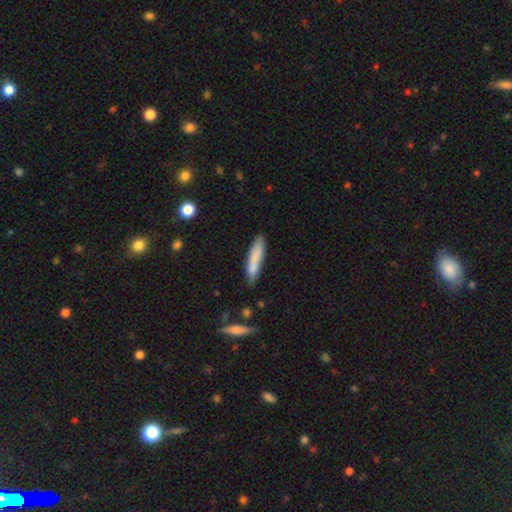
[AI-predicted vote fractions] This is likely a smooth galaxy (79%). How rounded: clearly cigar-shaped (81%). Merging: likely none (70%).